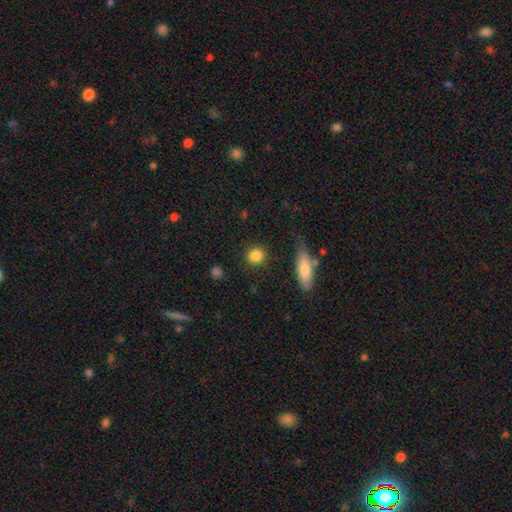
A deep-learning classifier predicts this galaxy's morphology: smooth_or_featured: smooth (p=0.86) [alt: star or artifact p=0.09]
how_rounded: round (p=0.85) [alt: in between p=0.13]
merging: none (p=0.88) [alt: minor disturbance p=0.07]